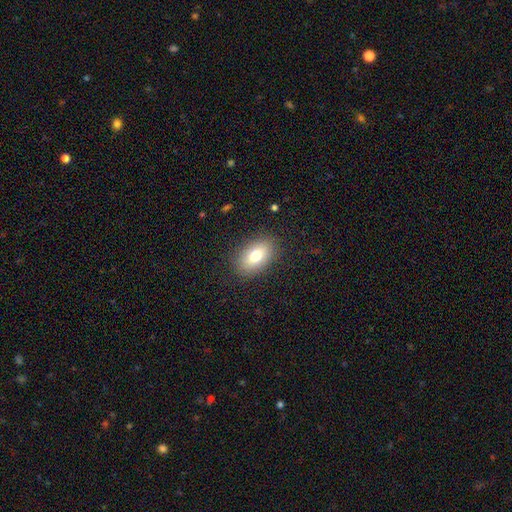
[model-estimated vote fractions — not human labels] Morphology: type=smooth (76%); roundness=in between (88%); merging=none (86%).